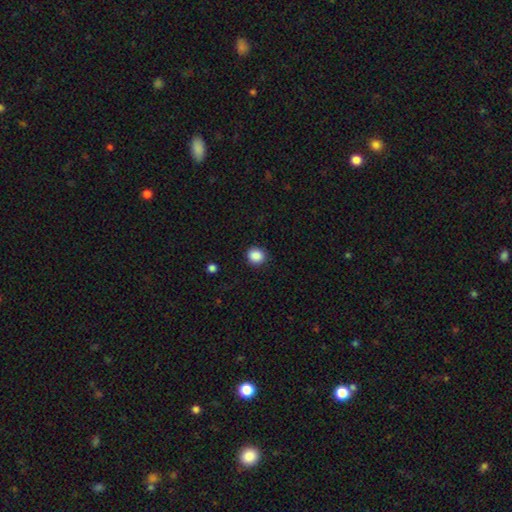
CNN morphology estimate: Smooth or featured? smooth (88%)
How rounded? round (86%)
Merging? none (90%)